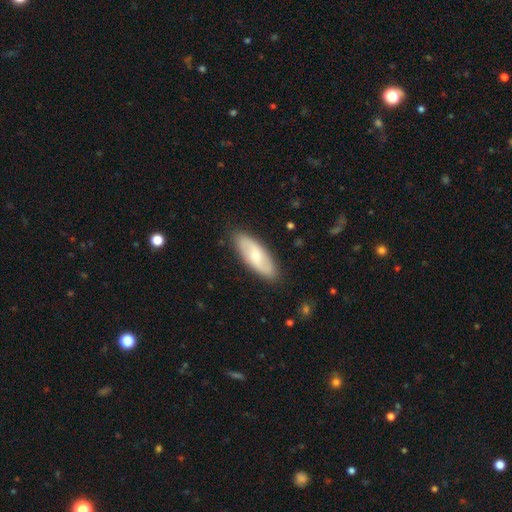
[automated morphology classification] Q: Smooth or featured?
A: smooth (50%); runner-up: featured or disk (45%)
Q: Merging?
A: none (87%); runner-up: minor disturbance (10%)